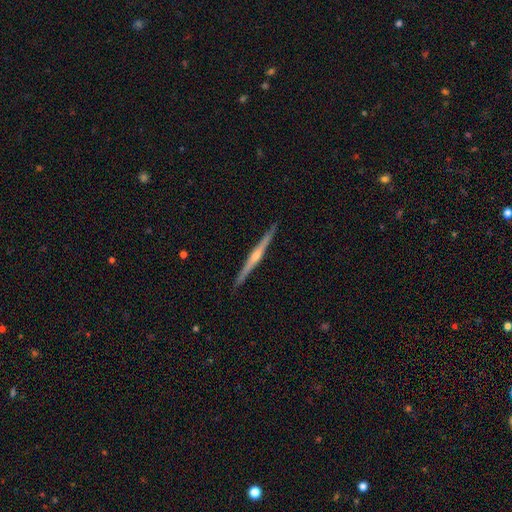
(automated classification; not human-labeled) Q: Smooth or featured?
A: featured or disk (80%); runner-up: smooth (14%)
Q: Edge-on disk?
A: yes (98%); runner-up: no (2%)
Q: Edge-on bulge?
A: rounded (81%); runner-up: none (13%)
Q: Merging?
A: none (91%); runner-up: minor disturbance (6%)